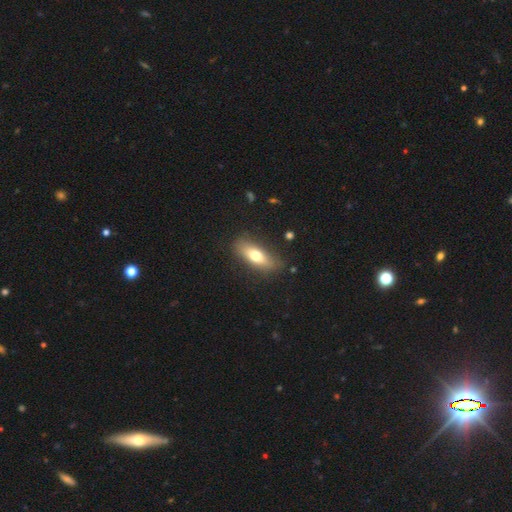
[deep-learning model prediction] Morphology: type=smooth (69%); roundness=in between (66%); merging=none (81%).